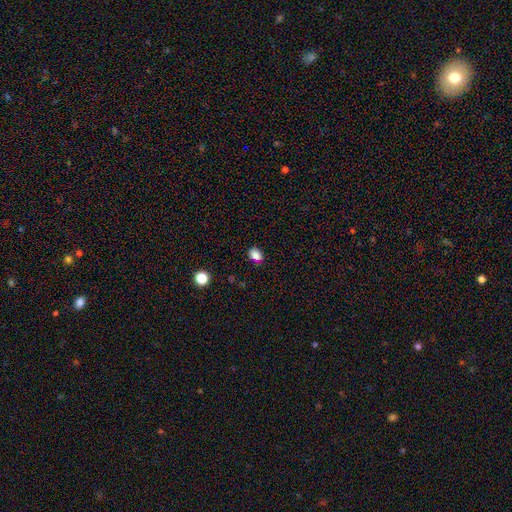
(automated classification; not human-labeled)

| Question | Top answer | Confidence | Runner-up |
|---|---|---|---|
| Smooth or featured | smooth | 83% | star or artifact (12%) |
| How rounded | in between | 71% | round (28%) |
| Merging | none | 79% | minor disturbance (14%) |